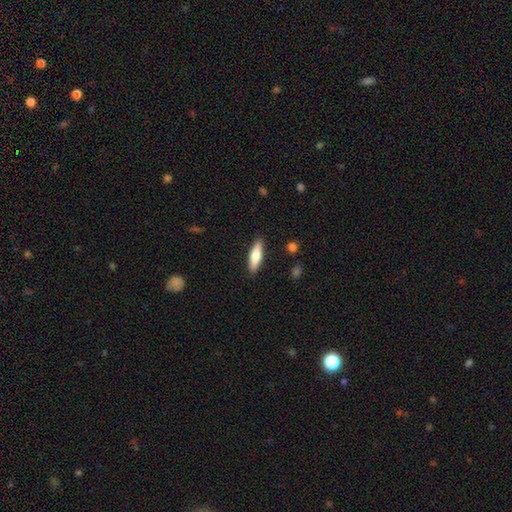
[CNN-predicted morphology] Smooth or featured? smooth (72%)
How rounded? cigar-shaped (58%)
Merging? none (89%)